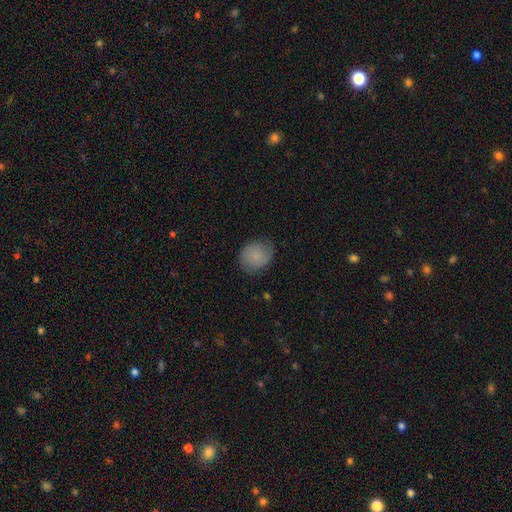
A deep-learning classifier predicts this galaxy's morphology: This is likely a smooth galaxy (76%). How rounded: likely round (70%). Merging: likely none (72%).